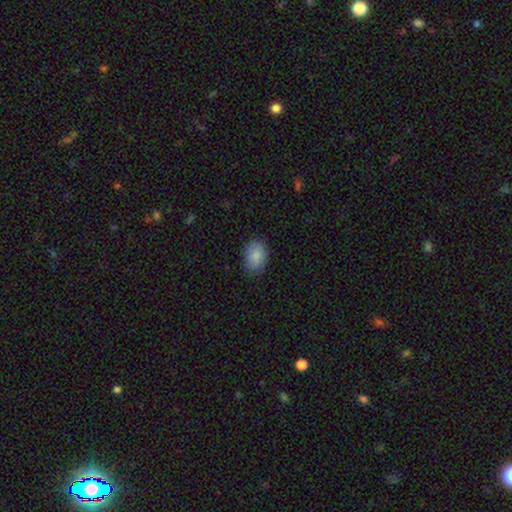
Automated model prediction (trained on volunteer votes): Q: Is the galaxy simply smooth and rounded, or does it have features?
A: smooth — 87%.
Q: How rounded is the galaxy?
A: in between — 82%.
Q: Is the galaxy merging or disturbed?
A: none — 83%.